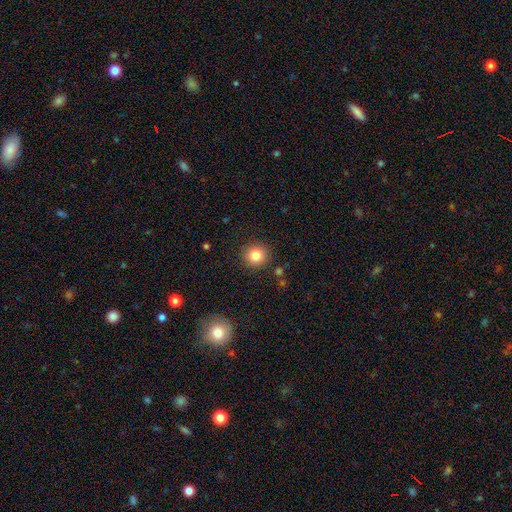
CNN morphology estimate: This appears to be a smooth galaxy with no disk features (83%) that is round (91%). Merging: none (89%).